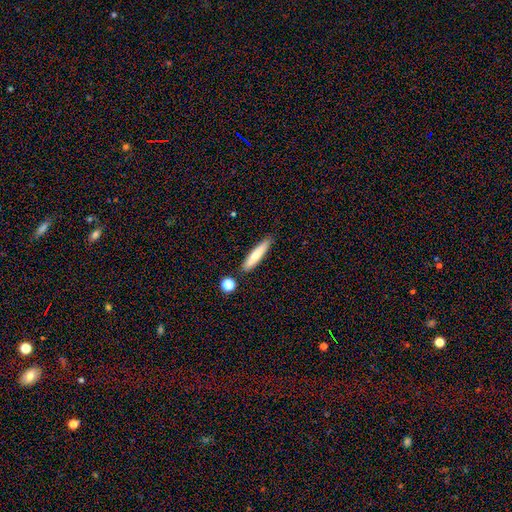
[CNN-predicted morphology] This appears to be a smooth galaxy with no disk features (67%) that is cigar-shaped (86%). Merging: none (85%).